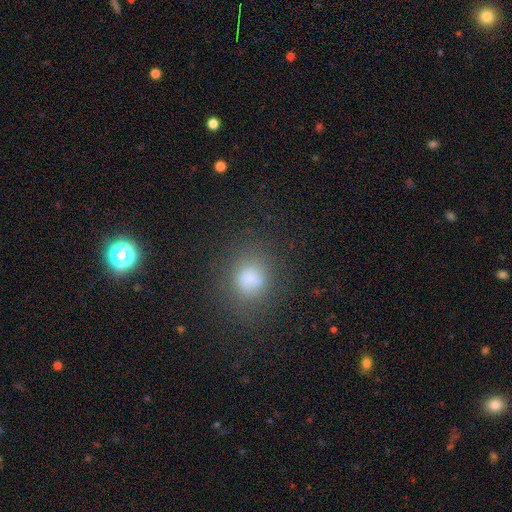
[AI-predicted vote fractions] Smooth or featured: smooth — 71% (star or artifact — 23%)
How rounded: round — 77% (in between — 22%)
Merging: none — 90% (minor disturbance — 6%)